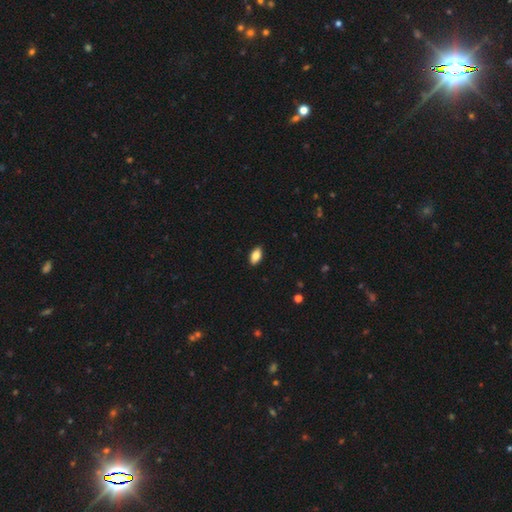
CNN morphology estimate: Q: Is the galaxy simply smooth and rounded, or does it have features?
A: smooth — 83%.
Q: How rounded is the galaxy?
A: in between — 92%.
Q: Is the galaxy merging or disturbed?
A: none — 89%.